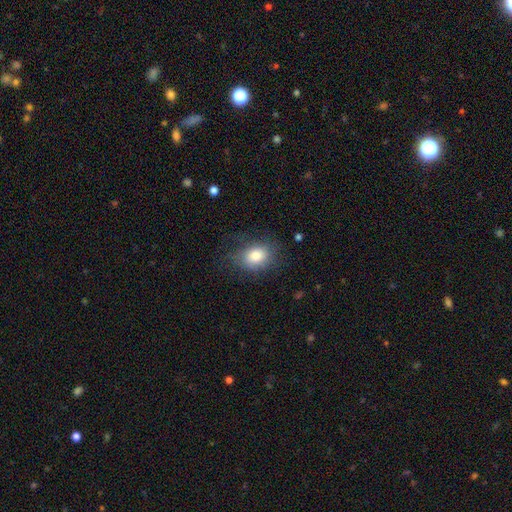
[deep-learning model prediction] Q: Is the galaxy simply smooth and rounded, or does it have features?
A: smooth — 80%.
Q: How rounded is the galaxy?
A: in between — 68%.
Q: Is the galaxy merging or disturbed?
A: none — 69%.